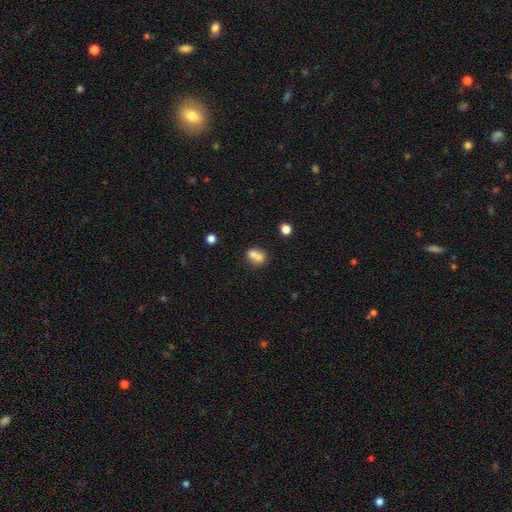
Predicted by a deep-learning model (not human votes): smooth-or-featured: smooth: 71% | featured or disk: 18% | star or artifact: 11%
  how-rounded: round: 52% | in between: 46% | cigar-shaped: 1%
  merging: merger: 60% | none: 28% | minor disturbance: 8% | major disturbance: 4%